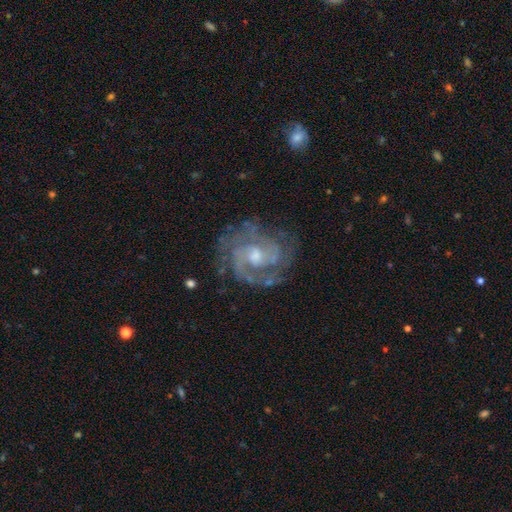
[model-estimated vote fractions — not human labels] A featured or disk galaxy (87%) with no bar (59%), 2 (41%) tight (52%) spiral arms (95%) and a moderate central bulge (61%). Merging: none (71%).